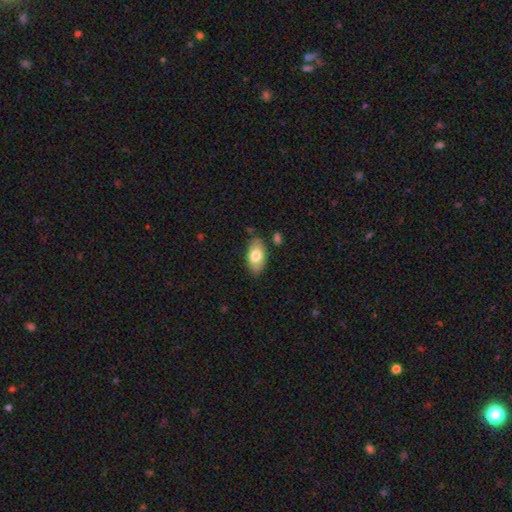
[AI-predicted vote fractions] A smooth galaxy with no disk features (76%) that is in between round and cigar-shaped (92%). Merging: none (80%).